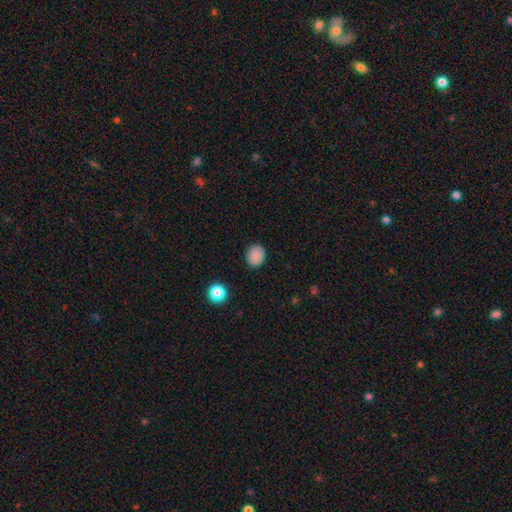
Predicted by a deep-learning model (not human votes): The model was most divided on "how rounded": round: 69%, in between: 30%, cigar-shaped: 1%. More confident: merging — none (88%); smooth or featured — smooth (87%).